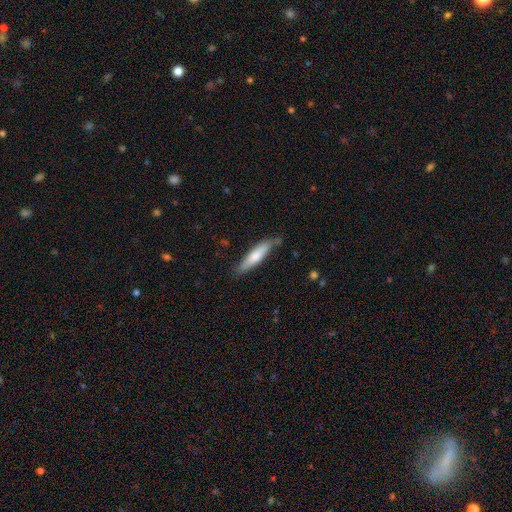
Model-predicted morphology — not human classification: This is likely a smooth galaxy (70%). How rounded: likely cigar-shaped (80%). Merging: likely none (76%).